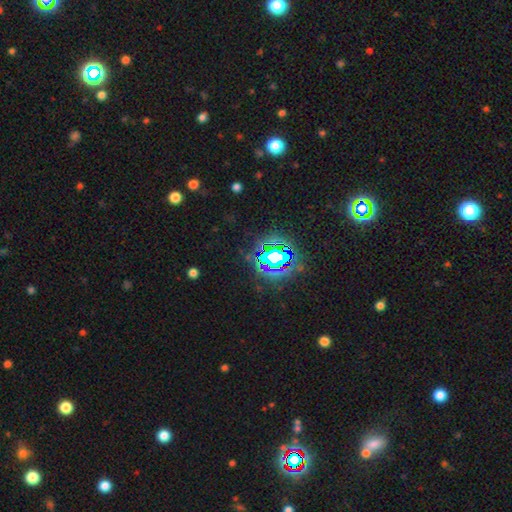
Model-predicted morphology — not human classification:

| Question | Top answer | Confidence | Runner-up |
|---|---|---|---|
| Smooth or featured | star or artifact | 83% | smooth (10%) |